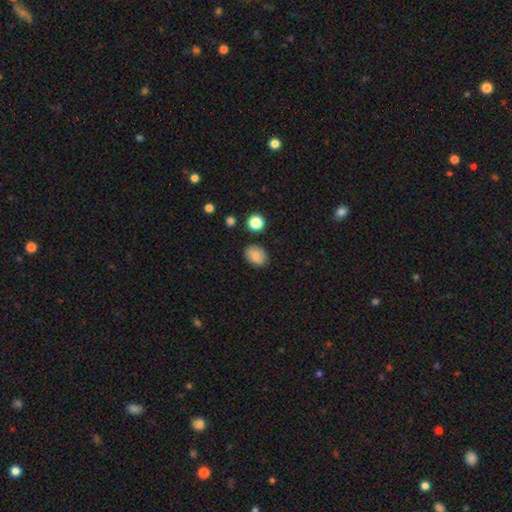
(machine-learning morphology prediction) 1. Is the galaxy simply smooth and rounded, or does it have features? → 76% smooth, 15% featured or disk, 10% star or artifact.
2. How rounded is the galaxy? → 63% in between, 36% round, 1% cigar-shaped.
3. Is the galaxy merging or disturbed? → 84% none, 12% minor disturbance, 3% major disturbance, 2% merger.